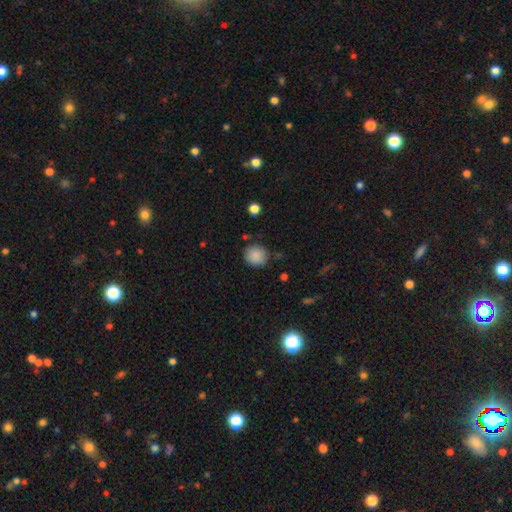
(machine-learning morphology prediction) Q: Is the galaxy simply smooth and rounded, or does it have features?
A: smooth — 87%.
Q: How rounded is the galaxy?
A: round — 83%.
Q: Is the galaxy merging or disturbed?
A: none — 81%.